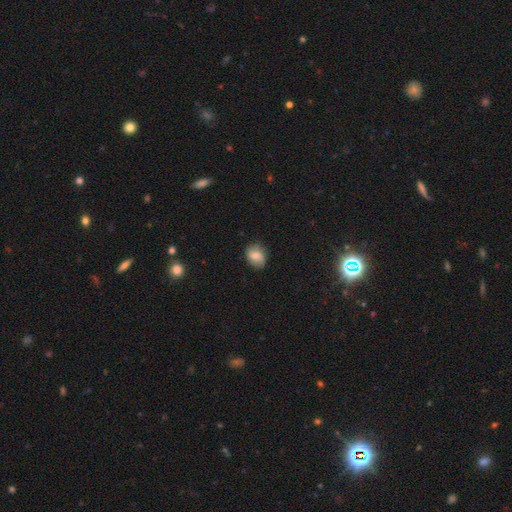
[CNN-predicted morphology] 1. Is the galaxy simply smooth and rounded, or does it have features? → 70% smooth, 21% featured or disk, 9% star or artifact.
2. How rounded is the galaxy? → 50% round, 49% in between, 1% cigar-shaped.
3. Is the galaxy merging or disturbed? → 78% none, 17% minor disturbance, 4% major disturbance, 1% merger.